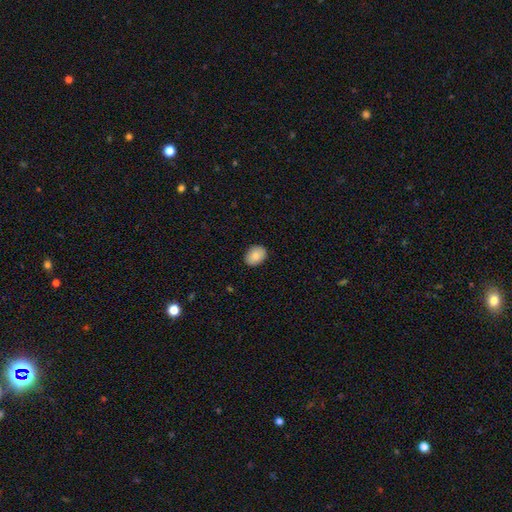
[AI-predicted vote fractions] A smooth galaxy with no disk features (87%) that is in between round and cigar-shaped (72%).

Vote fractions:
- Smooth or featured? smooth: 87% / star or artifact: 7% / featured or disk: 6%
- How rounded? in between: 72% / round: 27% / cigar-shaped: 1%
- Merging? none: 89% / minor disturbance: 8% / major disturbance: 2% / merger: 1%